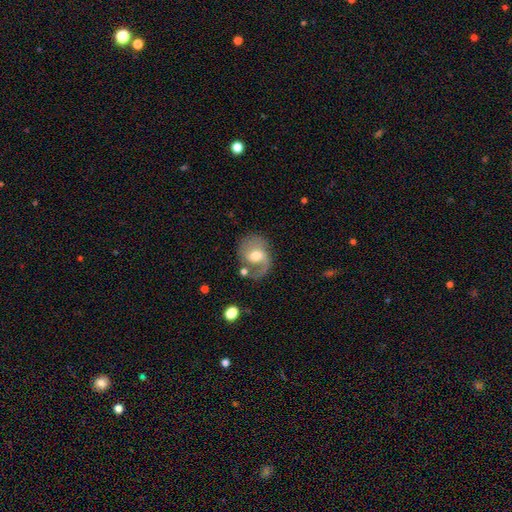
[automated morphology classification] smooth-or-featured: featured or disk: 72% | smooth: 21% | star or artifact: 7%
  disk-edge-on: no: 97% | yes: 3%
    bar: no: 47% | weak: 42% | strong: 11%
    has-spiral-arms: yes: 88% | no: 12%
      spiral-winding: medium: 44% | loose: 39% | tight: 17%
      spiral-arm-count: 2: 53% | 1: 39% | can't tell: 6% | 3: 1% | 4: 1% | more than 4: 1%
    bulge-size: moderate: 69% | small: 19% | large: 9% | none: 2% | dominant: 1%
  merging: none: 54% | minor disturbance: 22% | major disturbance: 18% | merger: 6%